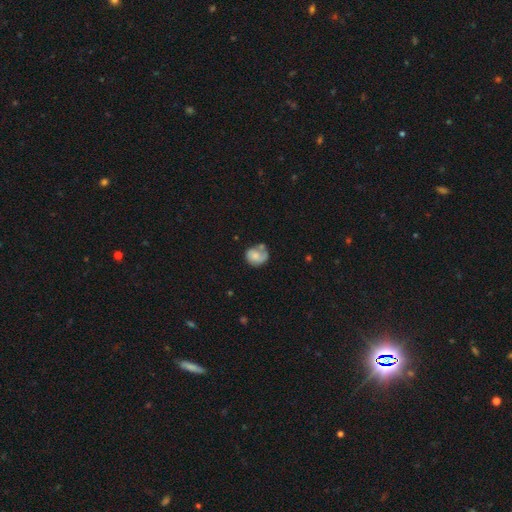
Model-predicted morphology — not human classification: Smooth or featured?
  - smooth: 48% *
  - featured or disk: 44%
  - star or artifact: 8%
Merging?
  - none: 45% *
  - minor disturbance: 26%
  - major disturbance: 18%
  - merger: 11%